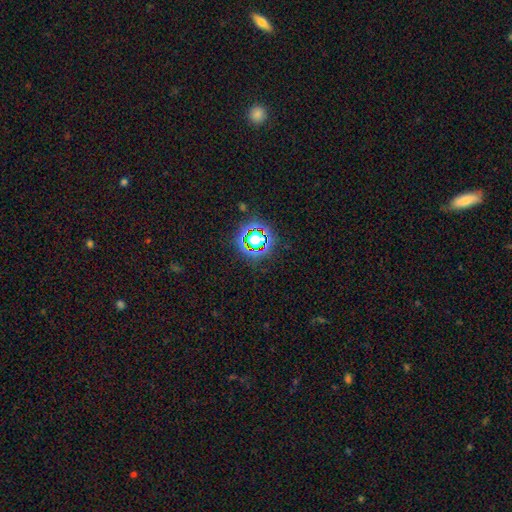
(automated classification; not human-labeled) Overall: star or artifact (76%).